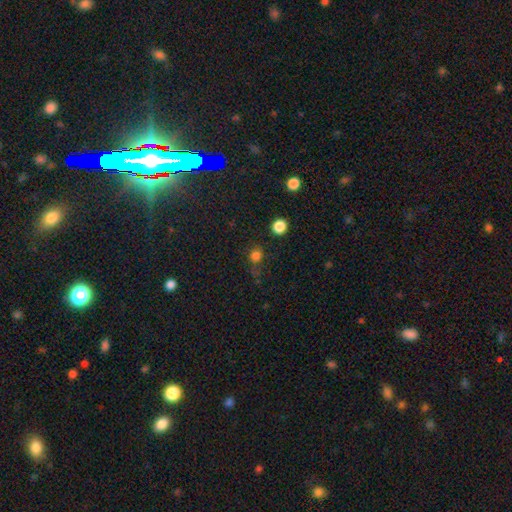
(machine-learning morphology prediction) Smooth or featured? smooth (74%)
How rounded? round (83%)
Merging? none (70%)